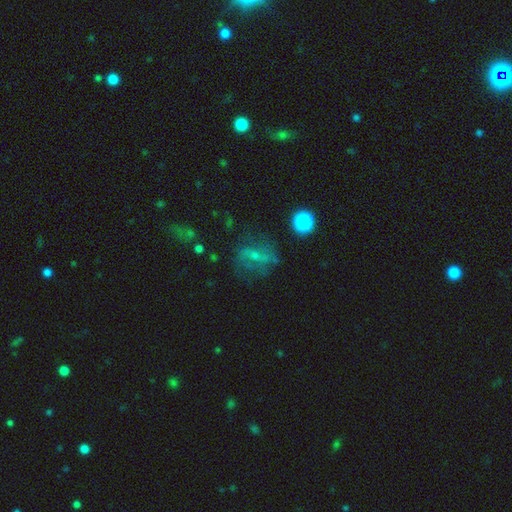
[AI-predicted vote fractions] The model was most divided on "smooth or featured": featured or disk: 51%, smooth: 29%, star or artifact: 20%. More confident: edge-on disk — no (94%); merging — none (56%).